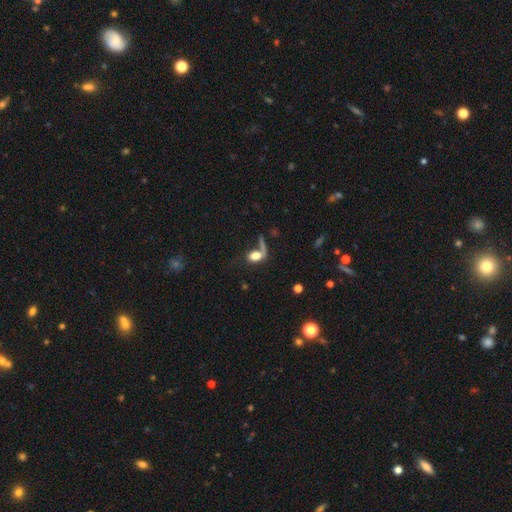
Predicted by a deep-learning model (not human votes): This is likely a smooth galaxy (70%). How rounded: likely in between (74%). Merging: marginally none (37%).